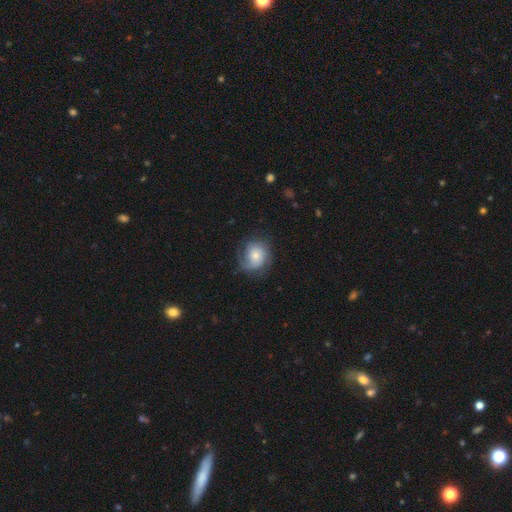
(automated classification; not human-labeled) The model was most divided on "smooth or featured": smooth: 48%, featured or disk: 44%, star or artifact: 8%. More confident: merging — none (62%).